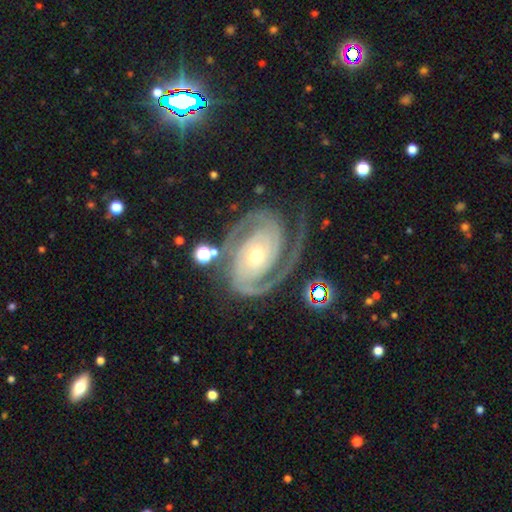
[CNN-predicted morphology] Smooth or featured? Predicted: featured or disk (p=0.92). Edge-on disk? Predicted: no (p=0.97). Bar? Predicted: no (p=0.66). Spiral arms? Predicted: yes (p=0.98). Spiral winding? Predicted: tight (p=0.64). Spiral arm count? Predicted: 2 (p=0.84). Bulge size? Predicted: small (p=0.52). Merging? Predicted: none (p=0.69).